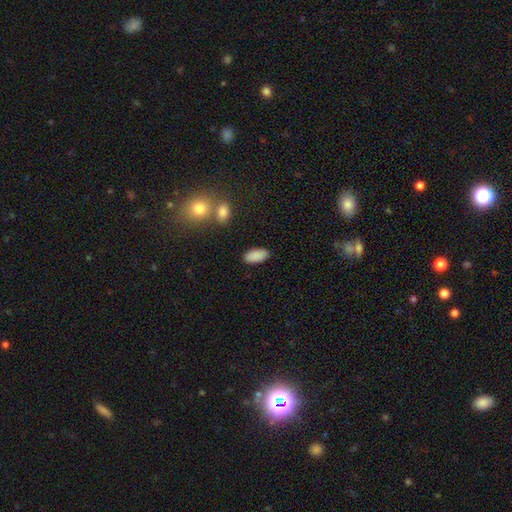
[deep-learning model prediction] This appears to be a smooth galaxy with no disk features (88%) that is in between round and cigar-shaped (91%). Merging: none (86%).